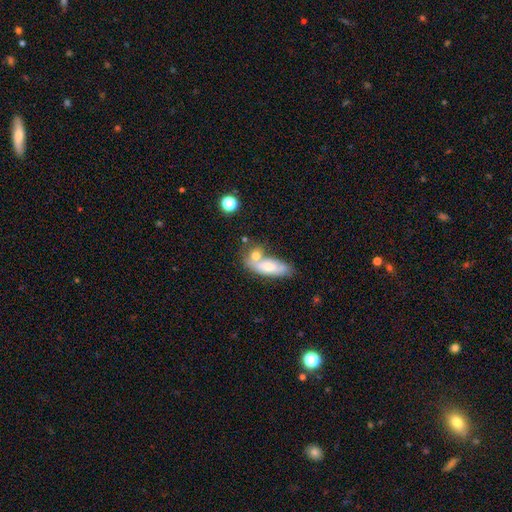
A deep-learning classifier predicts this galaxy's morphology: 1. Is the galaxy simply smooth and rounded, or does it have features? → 69% smooth, 23% featured or disk, 8% star or artifact.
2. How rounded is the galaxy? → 63% in between, 20% round, 17% cigar-shaped.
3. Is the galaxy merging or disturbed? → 47% merger, 37% none, 12% minor disturbance, 5% major disturbance.